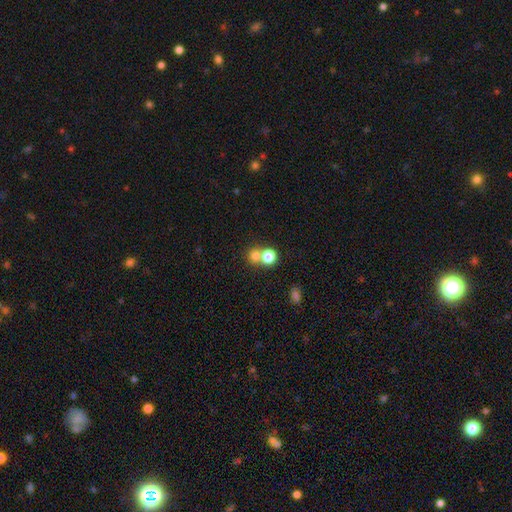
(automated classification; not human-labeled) Smooth or featured: smooth — 77% (star or artifact — 13%)
How rounded: round — 84% (in between — 15%)
Merging: merger — 48% (none — 43%)